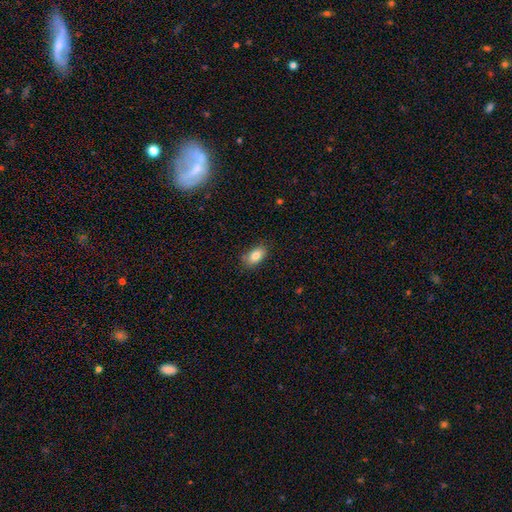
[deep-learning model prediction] smooth_or_featured: smooth (p=0.83) [alt: featured or disk p=0.09]
how_rounded: in between (p=0.91) [alt: round p=0.06]
merging: none (p=0.81) [alt: minor disturbance p=0.15]